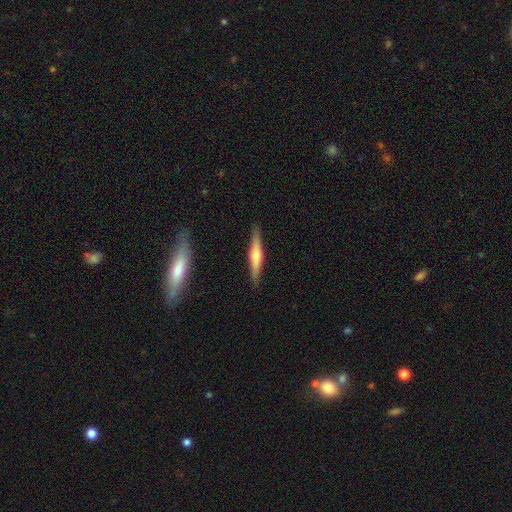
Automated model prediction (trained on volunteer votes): The model was most divided on "smooth or featured": featured or disk: 56%, smooth: 38%, star or artifact: 6%. More confident: edge-on disk — yes (95%); merging — none (89%); edge-on bulge — rounded (85%).